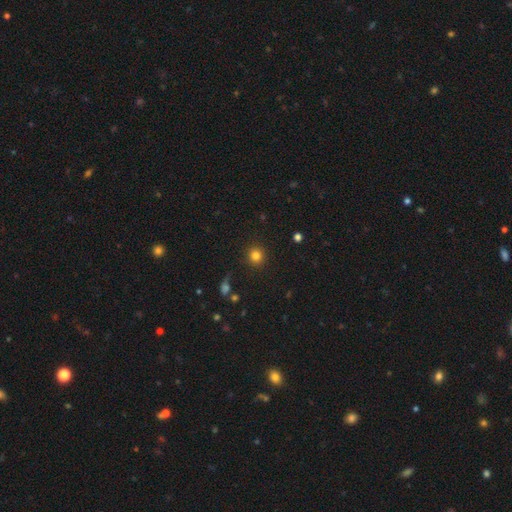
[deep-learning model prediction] smooth_or_featured: smooth (p=0.82) [alt: star or artifact p=0.12]
how_rounded: round (p=0.92) [alt: in between p=0.07]
merging: none (p=0.90) [alt: minor disturbance p=0.06]